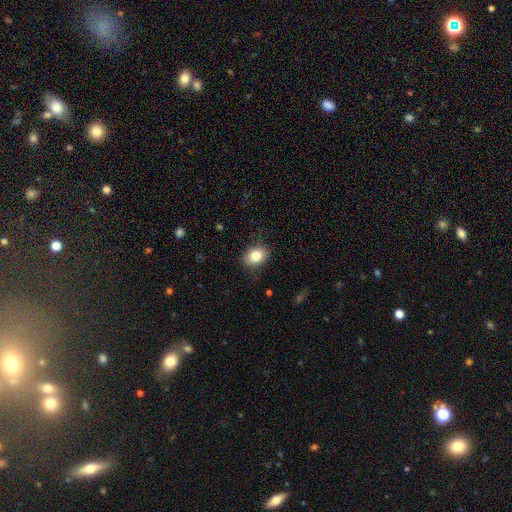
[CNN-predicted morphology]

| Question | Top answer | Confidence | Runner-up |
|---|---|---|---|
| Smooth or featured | smooth | 82% | star or artifact (9%) |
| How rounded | in between | 57% | round (42%) |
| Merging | none | 85% | minor disturbance (12%) |